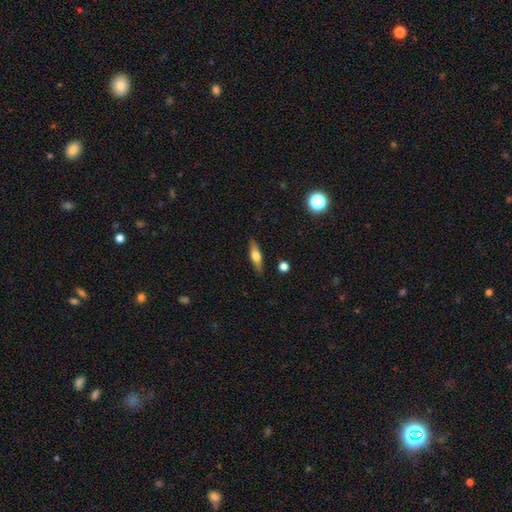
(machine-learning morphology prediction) Smooth or featured? featured or disk (47%)
Merging? none (87%)